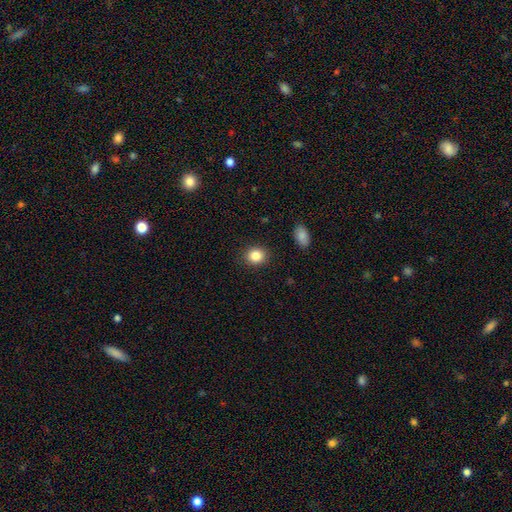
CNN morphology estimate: The model was most divided on "how rounded": round: 71%, in between: 28%, cigar-shaped: 1%. More confident: merging — none (89%); smooth or featured — smooth (85%).